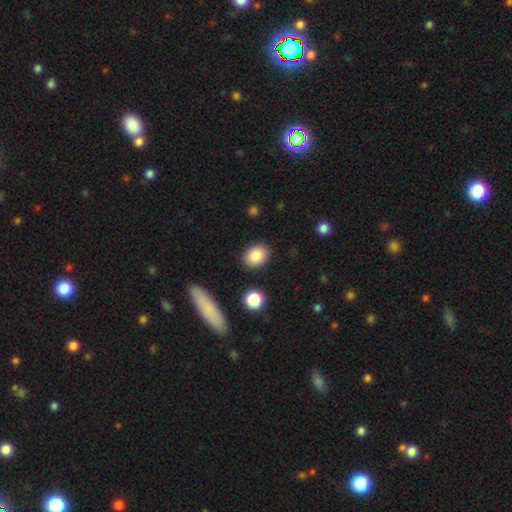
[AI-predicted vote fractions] This is clearly a smooth galaxy (87%). How rounded: likely in between (60%). Merging: clearly none (87%).